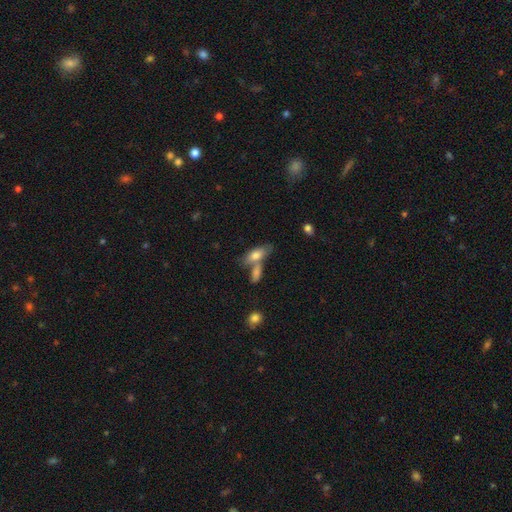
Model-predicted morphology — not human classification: smooth 71%, featured or disk 22%, star or artifact 7%. Down the decision tree: how rounded — in between (73%); merging — none (46%).